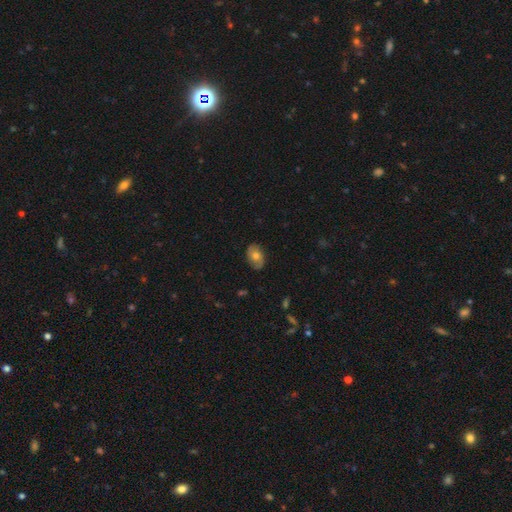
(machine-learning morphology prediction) This appears to be a smooth galaxy with no disk features (52%) that is in between round and cigar-shaped (83%). Merging: none (80%).